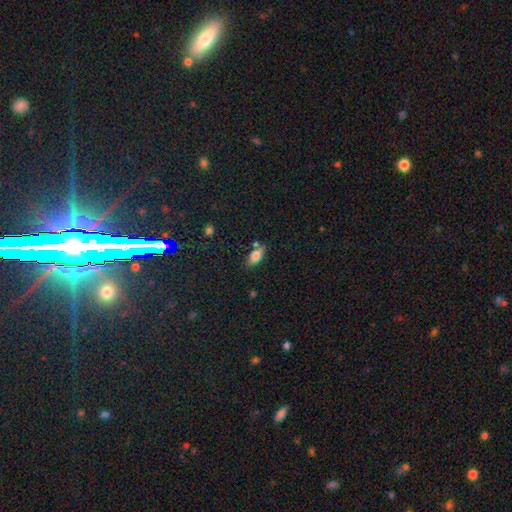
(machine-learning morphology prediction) smooth-or-featured: smooth: 78% | featured or disk: 14% | star or artifact: 9%
  how-rounded: in between: 86% | cigar-shaped: 10% | round: 4%
  merging: none: 70% | minor disturbance: 17% | merger: 10% | major disturbance: 4%